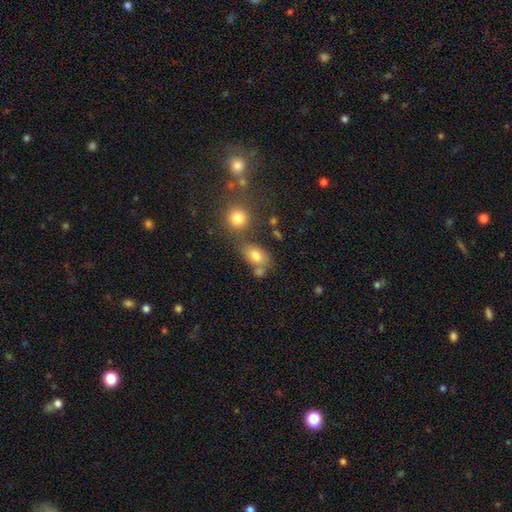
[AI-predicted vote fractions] A smooth galaxy with no disk features (76%) that is in between round and cigar-shaped (76%).

Vote fractions:
- Smooth or featured? smooth: 76% / star or artifact: 12% / featured or disk: 12%
- How rounded? in between: 76% / round: 22% / cigar-shaped: 2%
- Merging? none: 51% / merger: 26% / minor disturbance: 16% / major disturbance: 7%